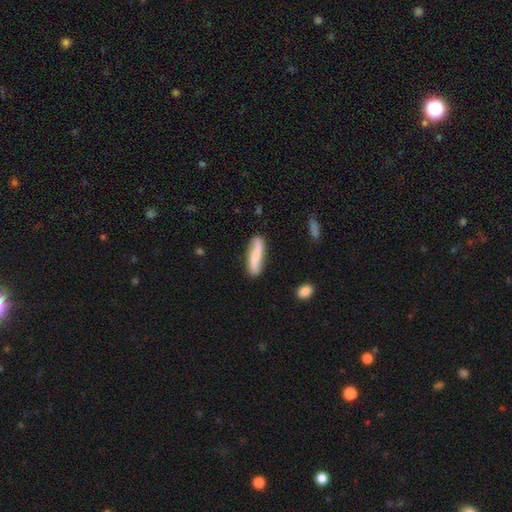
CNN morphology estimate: Smooth or featured: smooth — 62% (featured or disk — 32%)
How rounded: cigar-shaped — 72% (in between — 26%)
Merging: none — 78% (minor disturbance — 16%)